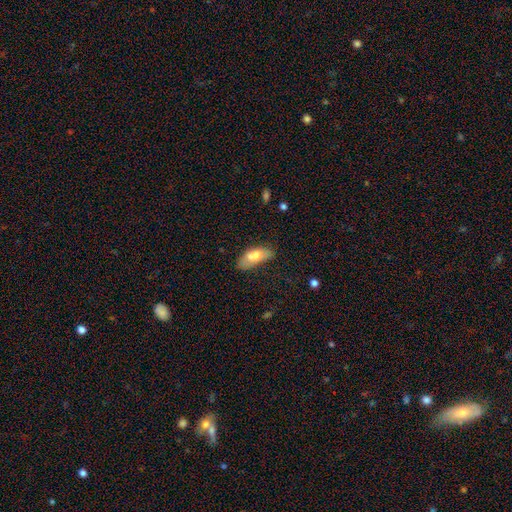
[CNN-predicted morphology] type=smooth (69%); roundness=in between (81%); merging=none (45%).